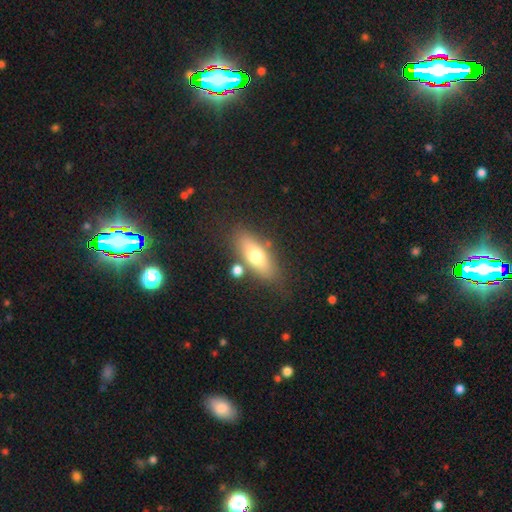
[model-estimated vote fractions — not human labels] Smooth or featured? smooth (66%)
How rounded? in between (67%)
Merging? none (73%)